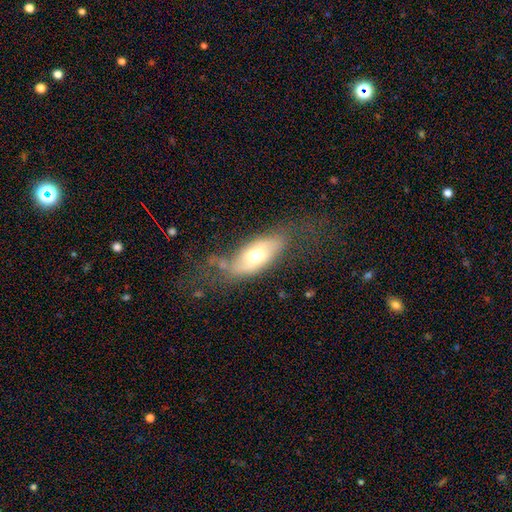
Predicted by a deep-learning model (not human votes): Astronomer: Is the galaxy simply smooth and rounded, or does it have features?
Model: smooth — 57% (runner-up: featured or disk, 35%).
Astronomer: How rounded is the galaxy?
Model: in between — 83%.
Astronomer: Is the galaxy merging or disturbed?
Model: none — 51%.